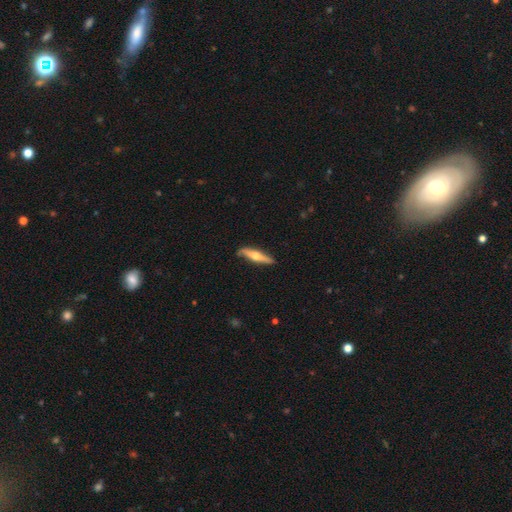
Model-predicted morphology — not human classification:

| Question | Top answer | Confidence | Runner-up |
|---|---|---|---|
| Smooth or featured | featured or disk | 57% | smooth (38%) |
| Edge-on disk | yes | 93% | no (7%) |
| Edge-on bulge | rounded | 94% | none (4%) |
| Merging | none | 86% | minor disturbance (11%) |